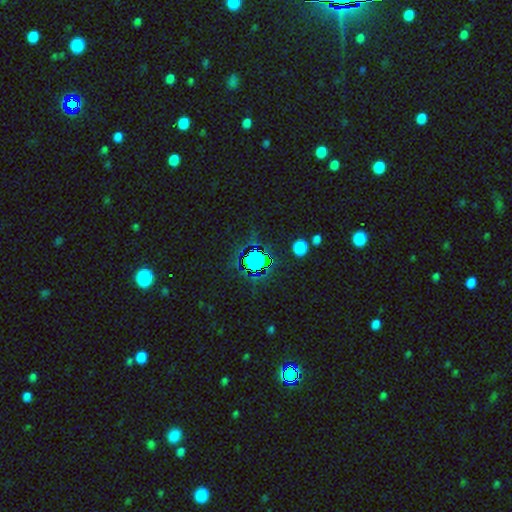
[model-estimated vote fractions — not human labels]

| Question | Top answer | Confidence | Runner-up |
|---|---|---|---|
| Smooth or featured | star or artifact | 66% | smooth (23%) |